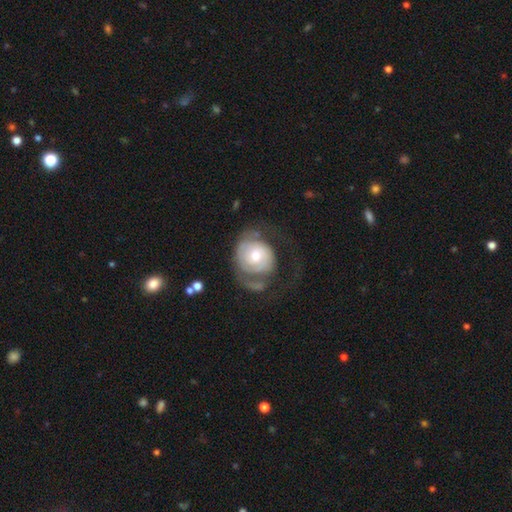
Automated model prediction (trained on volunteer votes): Smooth or featured? Predicted: featured or disk (p=0.71). Edge-on disk? Predicted: no (p=0.97). Bar? Predicted: no (p=0.76). Spiral arms? Predicted: yes (p=0.83). Spiral winding? Predicted: tight (p=0.58). Spiral arm count? Predicted: 2 (p=0.42). Bulge size? Predicted: moderate (p=0.53). Merging? Predicted: none (p=0.39).